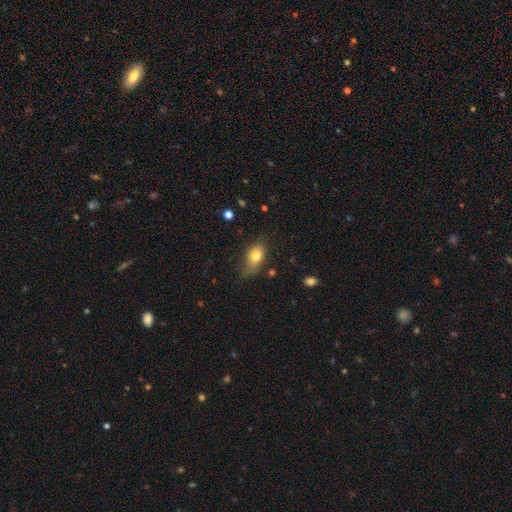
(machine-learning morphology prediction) A smooth galaxy with no disk features (77%) that is in between round and cigar-shaped (83%).

Vote fractions:
- Smooth or featured? smooth: 77% / featured or disk: 14% / star or artifact: 9%
- How rounded? in between: 83% / round: 10% / cigar-shaped: 7%
- Merging? none: 60% / minor disturbance: 29% / major disturbance: 8% / merger: 2%